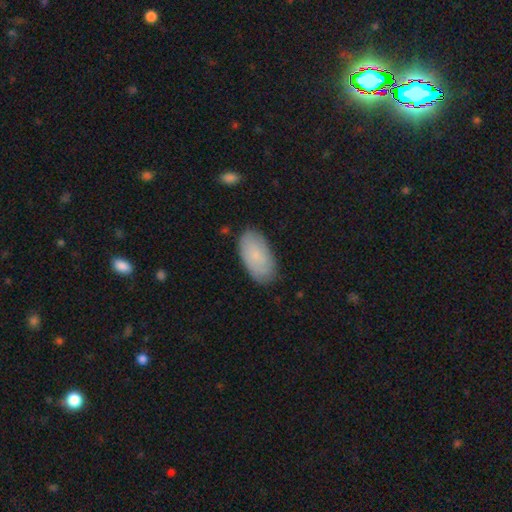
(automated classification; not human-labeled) Smooth or featured: smooth — 79% (featured or disk — 14%)
How rounded: in between — 95% (cigar-shaped — 3%)
Merging: none — 81% (minor disturbance — 15%)